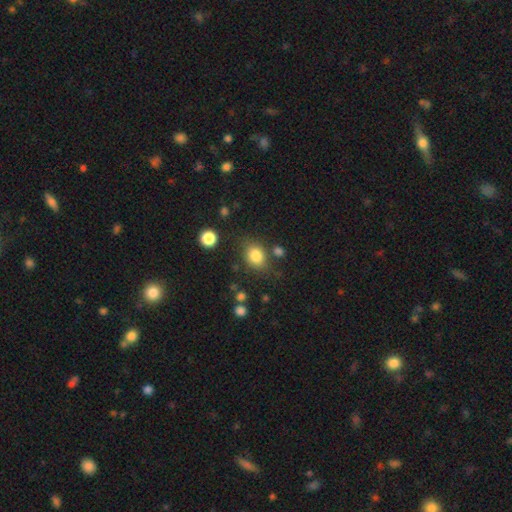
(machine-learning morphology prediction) smooth_or_featured: smooth (p=0.83) [alt: star or artifact p=0.10]
how_rounded: in between (p=0.55) [alt: round p=0.44]
merging: none (p=0.73) [alt: minor disturbance p=0.15]